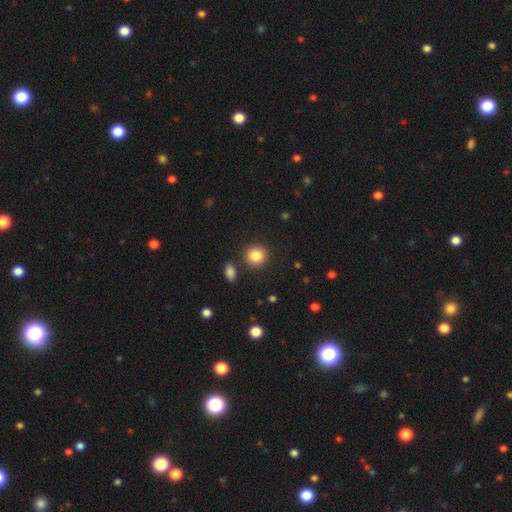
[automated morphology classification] Smooth or featured?
  - smooth: 86% *
  - star or artifact: 9%
  - featured or disk: 5%
How rounded?
  - round: 87% *
  - in between: 12%
  - cigar-shaped: 1%
Merging?
  - none: 86% *
  - minor disturbance: 7%
  - merger: 4%
  - major disturbance: 3%